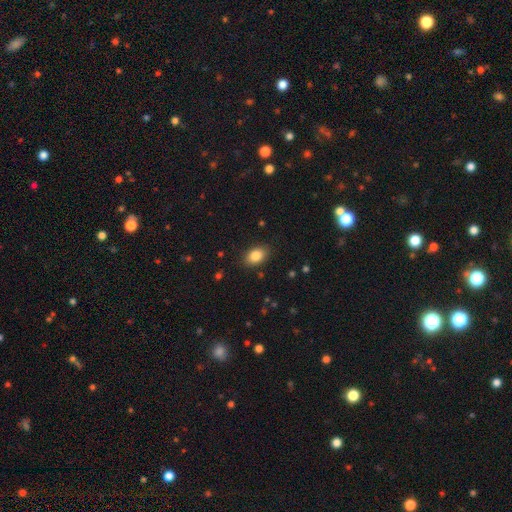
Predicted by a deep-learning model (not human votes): The model was most divided on "how rounded": in between: 83%, round: 15%, cigar-shaped: 1%. More confident: merging — none (87%); smooth or featured — smooth (85%).